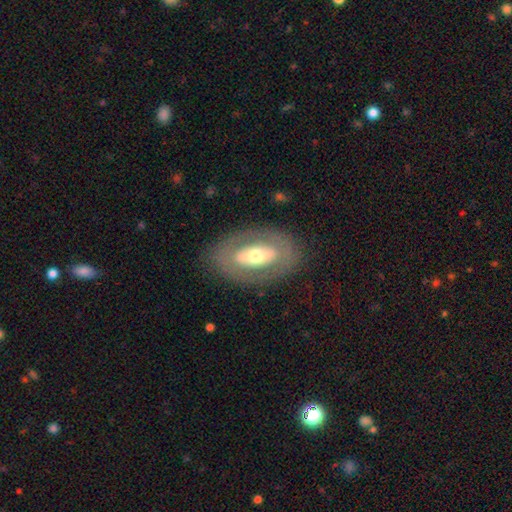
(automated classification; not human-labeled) A featured or disk galaxy (56%). Merging: none (81%).